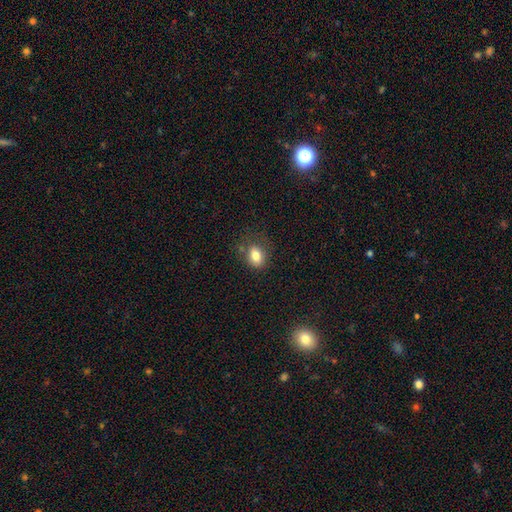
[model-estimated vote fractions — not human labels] This is clearly a smooth galaxy (80%). How rounded: likely in between (67%). Merging: likely none (68%).